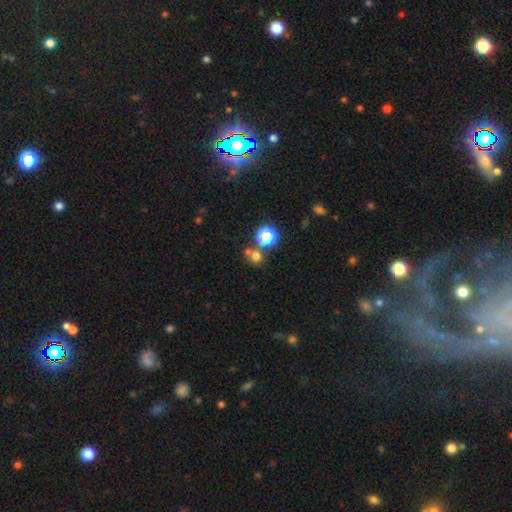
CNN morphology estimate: Q: Smooth or featured?
A: smooth (68%); runner-up: star or artifact (25%)
Q: How rounded?
A: round (87%); runner-up: in between (12%)
Q: Merging?
A: none (63%); runner-up: merger (26%)